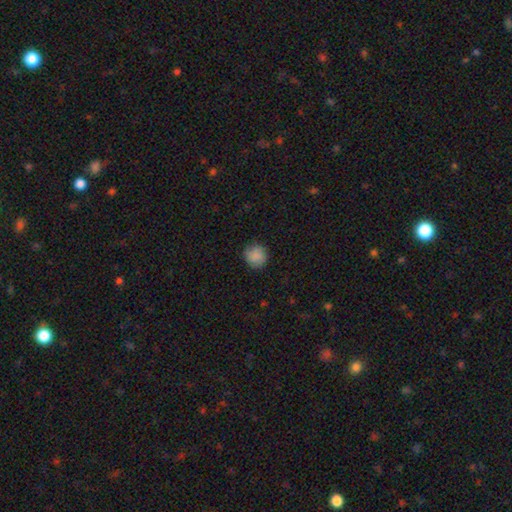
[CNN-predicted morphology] A smooth galaxy with no disk features (87%) that is round (92%). Merging: none (84%).